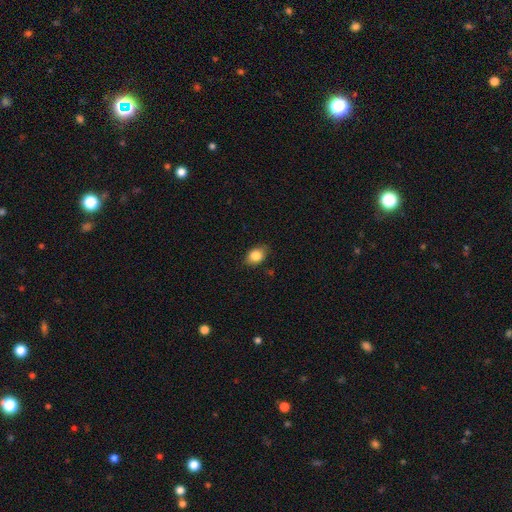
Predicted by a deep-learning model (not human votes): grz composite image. It shows a smooth galaxy with no disk features (84%) that is in between round and cigar-shaped (75%). Merging: none (81%).